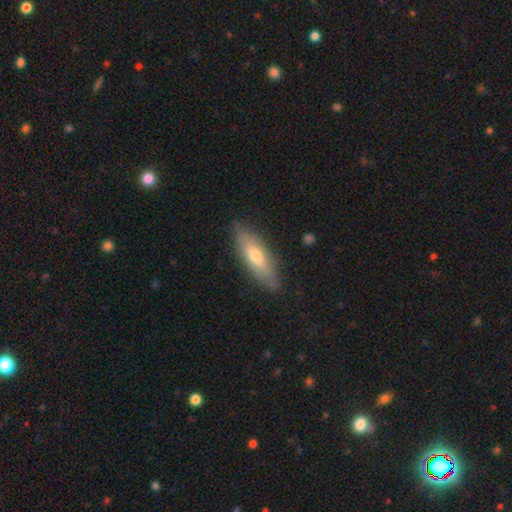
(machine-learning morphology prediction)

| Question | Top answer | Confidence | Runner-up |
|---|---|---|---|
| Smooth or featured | smooth | 59% | featured or disk (35%) |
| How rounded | in between | 51% | cigar-shaped (47%) |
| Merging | none | 83% | minor disturbance (13%) |